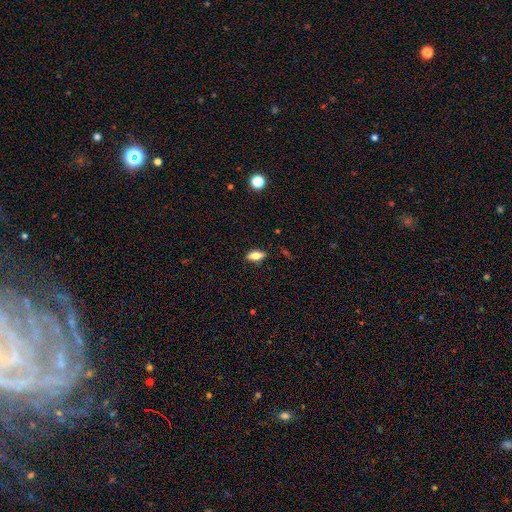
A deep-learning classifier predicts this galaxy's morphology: smooth 72%, featured or disk 20%, star or artifact 8%. Down the decision tree: how rounded — in between (80%); merging — none (86%).